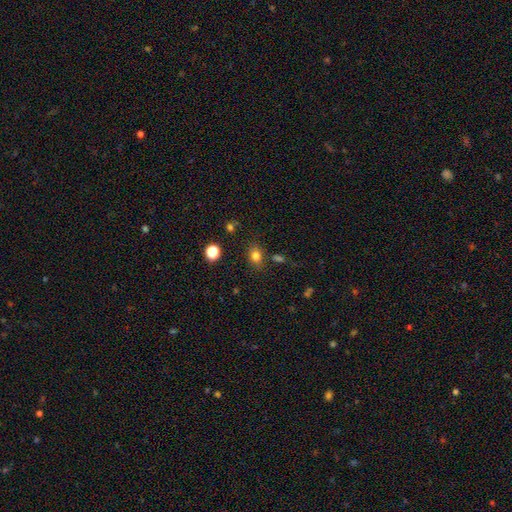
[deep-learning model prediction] Smooth or featured? Predicted: smooth (p=0.80). How rounded? Predicted: in between (p=0.61). Merging? Predicted: none (p=0.78).